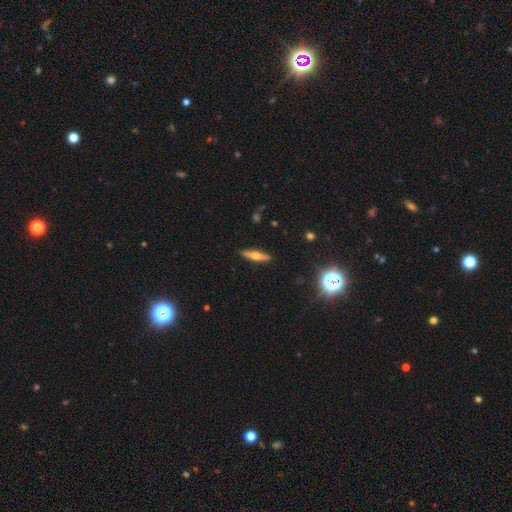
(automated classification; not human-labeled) Morphology: type=smooth (46%, tied with featured or disk); merging=none (89%).